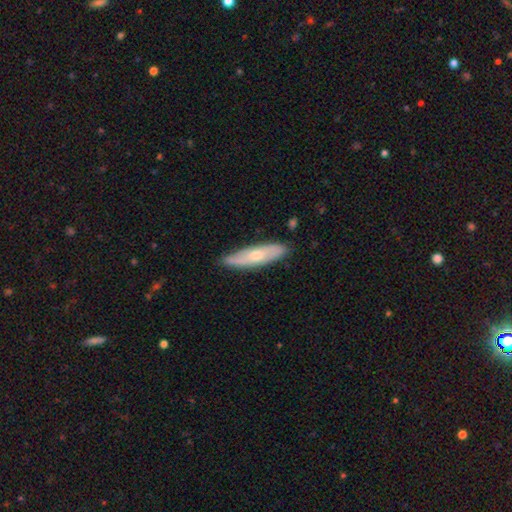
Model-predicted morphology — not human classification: This is possibly a smooth galaxy (49%). Merging: clearly none (81%).